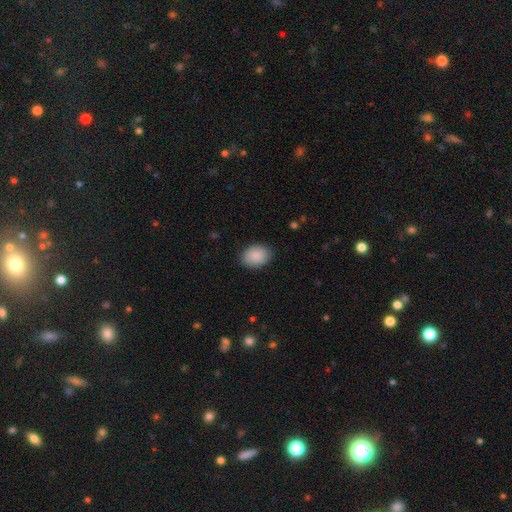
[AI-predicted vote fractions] Smooth or featured?
  - smooth: 90% *
  - star or artifact: 7%
  - featured or disk: 4%
How rounded?
  - in between: 70% *
  - round: 29%
  - cigar-shaped: 1%
Merging?
  - none: 86% *
  - minor disturbance: 10%
  - major disturbance: 3%
  - merger: 1%